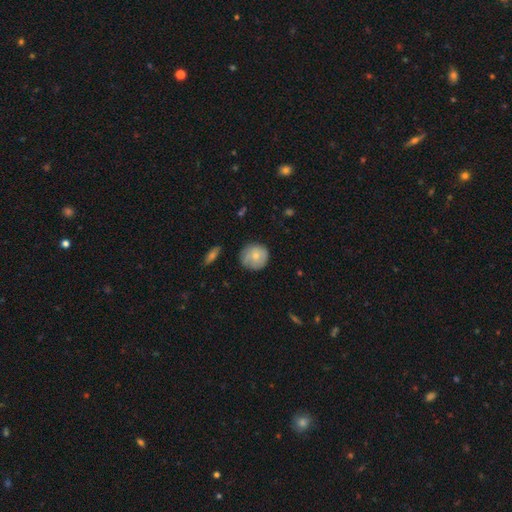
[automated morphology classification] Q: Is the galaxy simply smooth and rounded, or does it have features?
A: smooth — 71%.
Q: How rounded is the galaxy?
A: round — 91%.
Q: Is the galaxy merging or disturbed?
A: none — 72%.